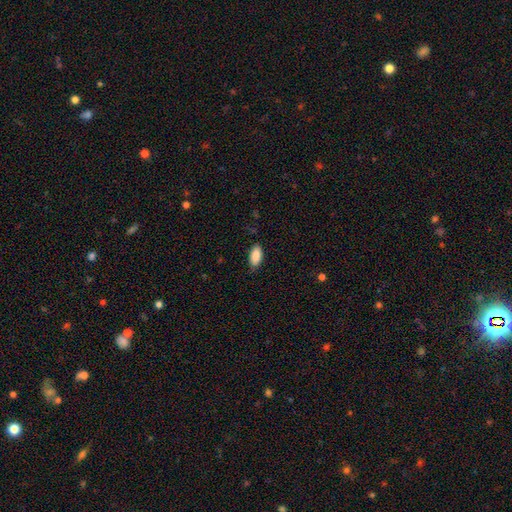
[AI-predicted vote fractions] A smooth galaxy with no disk features (88%) that is in between round and cigar-shaped (92%).

Vote fractions:
- Smooth or featured? smooth: 88% / star or artifact: 7% / featured or disk: 5%
- How rounded? in between: 92% / cigar-shaped: 6% / round: 2%
- Merging? none: 82% / minor disturbance: 14% / major disturbance: 3% / merger: 1%